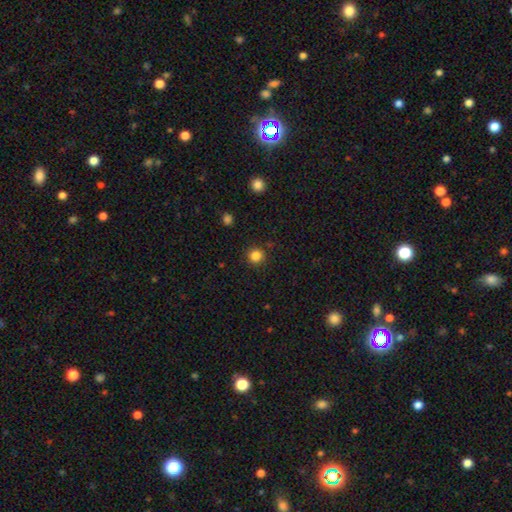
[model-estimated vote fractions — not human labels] The model was most divided on "smooth or featured": smooth: 84%, star or artifact: 12%, featured or disk: 4%. More confident: how rounded — round (93%); merging — none (89%).